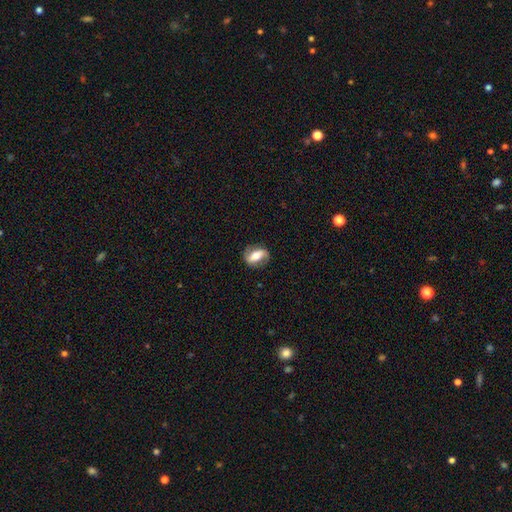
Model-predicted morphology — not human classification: The model was most divided on "smooth or featured": featured or disk: 56%, smooth: 37%, star or artifact: 7%. More confident: edge-on disk — no (86%); merging — none (80%).